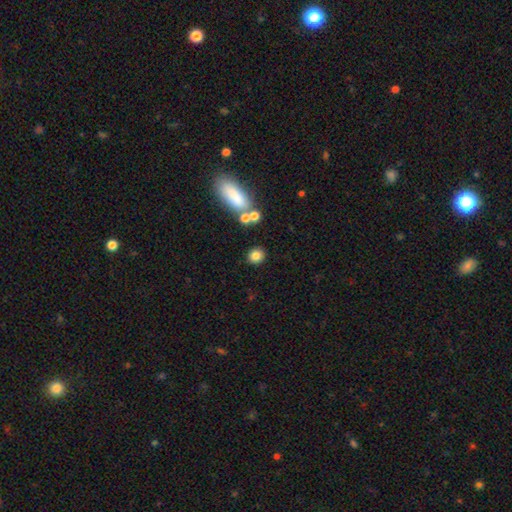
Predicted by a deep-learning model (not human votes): Smooth or featured?
  - smooth: 81% *
  - star or artifact: 12%
  - featured or disk: 7%
How rounded?
  - round: 77% *
  - in between: 22%
  - cigar-shaped: 2%
Merging?
  - none: 81% *
  - minor disturbance: 8%
  - merger: 8%
  - major disturbance: 3%